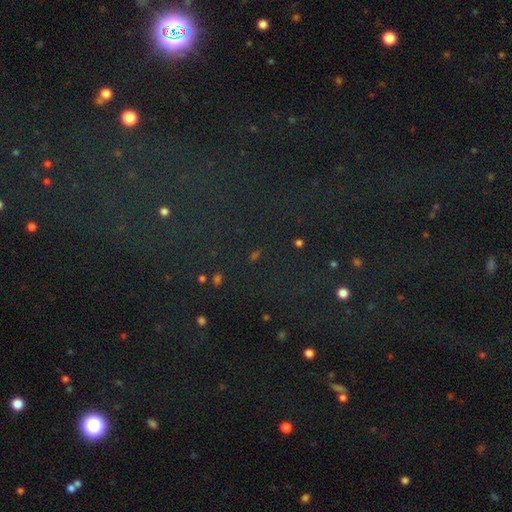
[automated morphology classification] This appears to be a star or artifact, not a galaxy (78%).